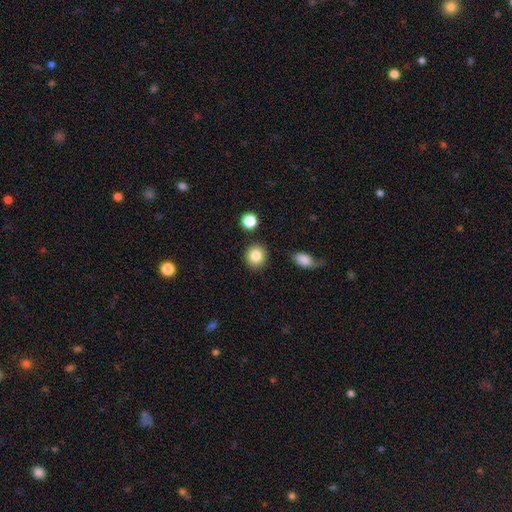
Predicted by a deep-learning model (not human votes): This appears to be a smooth galaxy with no disk features (85%) that is round (83%). Merging: none (87%).